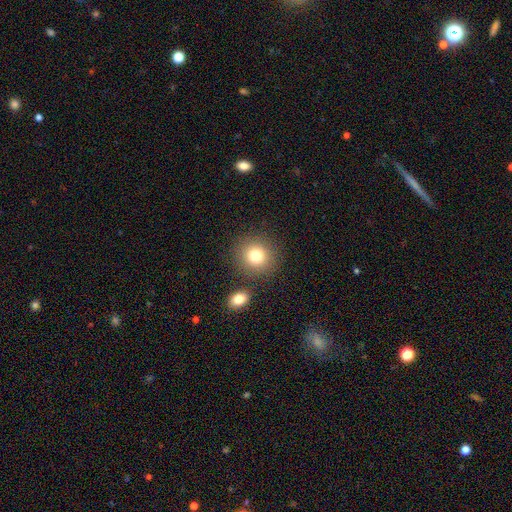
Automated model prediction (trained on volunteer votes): The model was most divided on "smooth or featured": smooth: 79%, star or artifact: 12%, featured or disk: 9%. More confident: how rounded — round (89%); merging — none (82%).